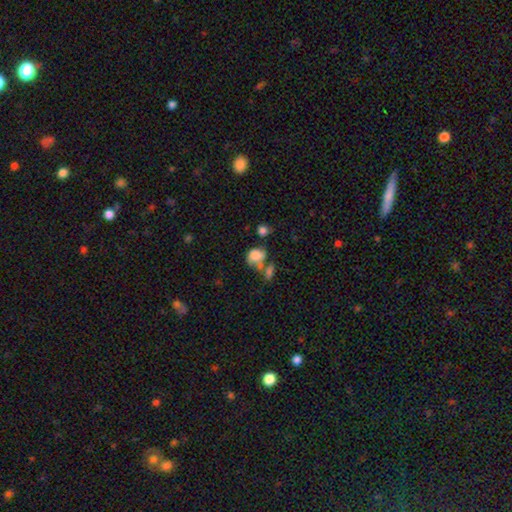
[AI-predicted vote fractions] A smooth galaxy with no disk features (75%) that is in between round and cigar-shaped (53%).

Vote fractions:
- Smooth or featured? smooth: 75% / featured or disk: 16% / star or artifact: 10%
- How rounded? in between: 53% / round: 45% / cigar-shaped: 1%
- Merging? merger: 39% / none: 30% / minor disturbance: 18% / major disturbance: 13%